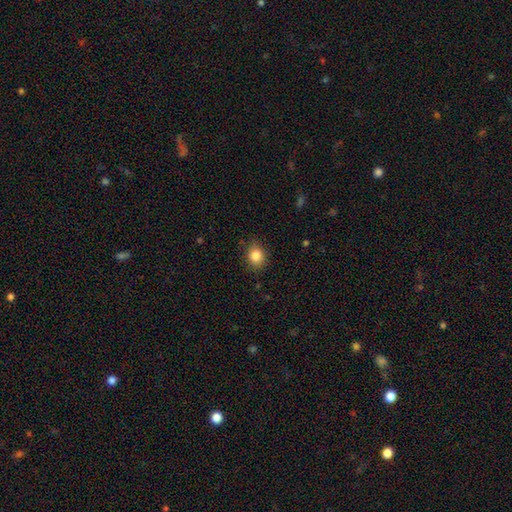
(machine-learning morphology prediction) smooth-or-featured: smooth: 85% | star or artifact: 10% | featured or disk: 5%
  how-rounded: round: 61% | in between: 38% | cigar-shaped: 1%
  merging: none: 83% | minor disturbance: 13% | major disturbance: 3% | merger: 1%